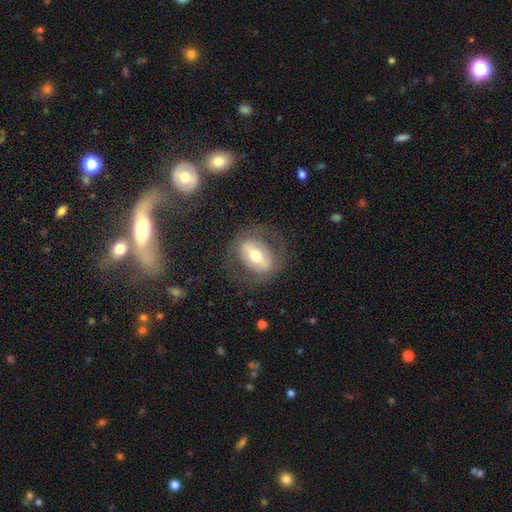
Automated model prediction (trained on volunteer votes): Morphology: type=featured or disk (54%); edge-on=no (85%); merging=none (73%).